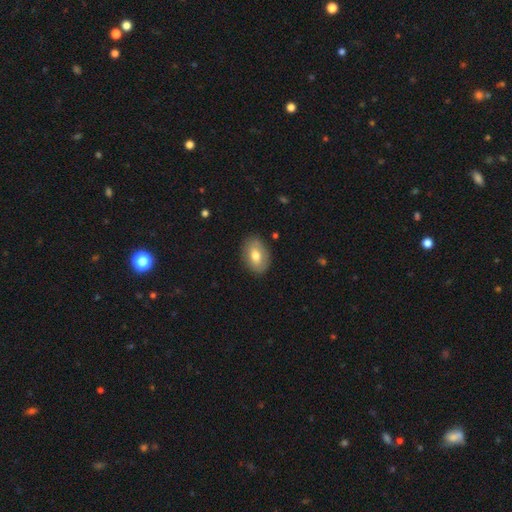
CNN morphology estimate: Smooth or featured?
  - smooth: 69% *
  - featured or disk: 24%
  - star or artifact: 7%
How rounded?
  - in between: 84% *
  - round: 15%
  - cigar-shaped: 1%
Merging?
  - none: 84% *
  - minor disturbance: 12%
  - major disturbance: 3%
  - merger: 1%